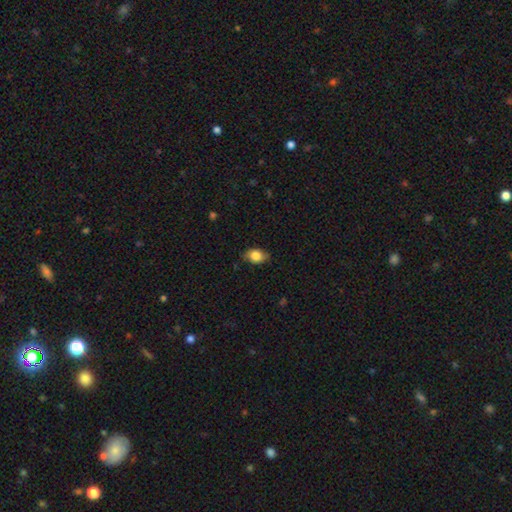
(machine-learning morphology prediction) Smooth or featured? Predicted: smooth (p=0.82). How rounded? Predicted: in between (p=0.79). Merging? Predicted: none (p=0.79).